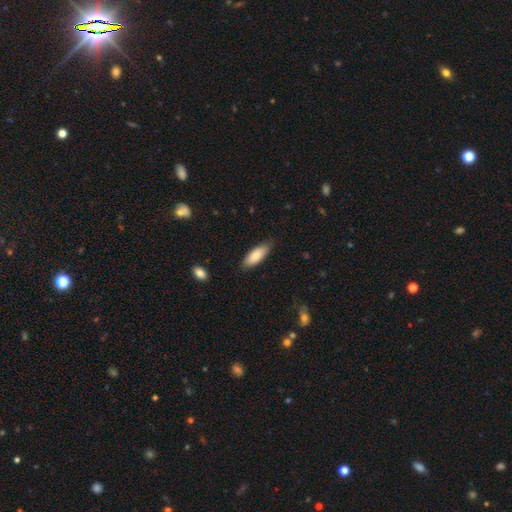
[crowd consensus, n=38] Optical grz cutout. It shows a smooth galaxy with no disk features (84%) that is in between round and cigar-shaped (75%). Merging: none (80%).